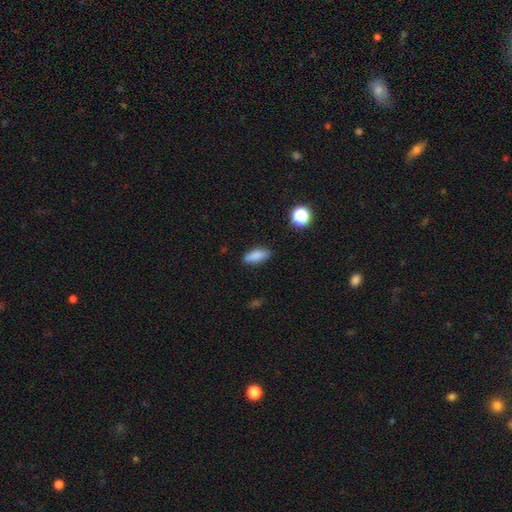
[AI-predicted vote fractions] Smooth or featured? smooth (85%)
How rounded? in between (77%)
Merging? none (84%)